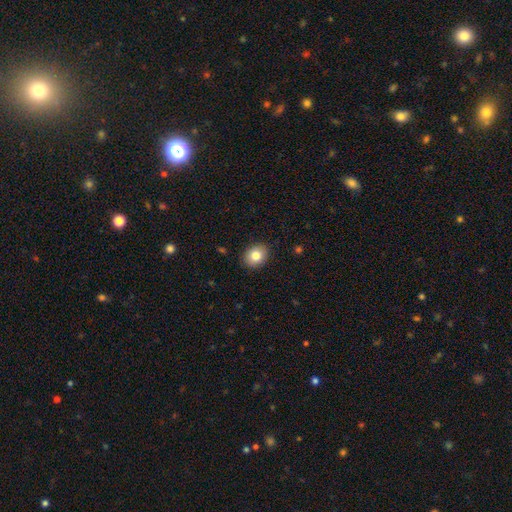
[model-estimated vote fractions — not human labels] Q: Smooth or featured?
A: smooth (82%); runner-up: star or artifact (9%)
Q: How rounded?
A: round (56%); runner-up: in between (44%)
Q: Merging?
A: none (89%); runner-up: minor disturbance (8%)